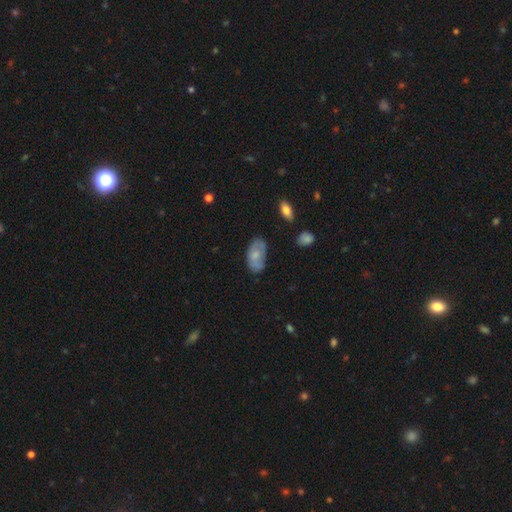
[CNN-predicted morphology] This appears to be a smooth galaxy with no disk features (64%) that is in between round and cigar-shaped (93%). Merging: none (64%).